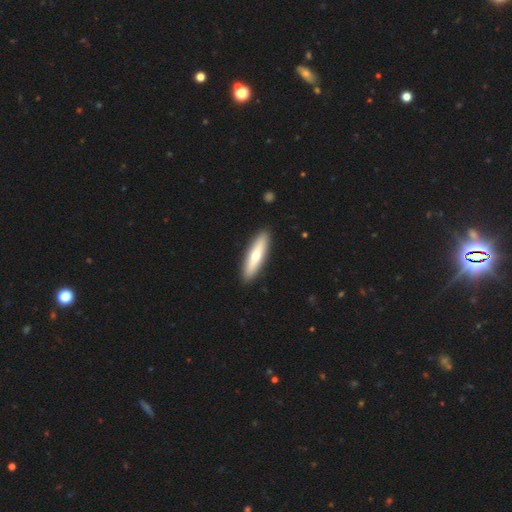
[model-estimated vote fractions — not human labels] Smooth or featured?
  - smooth: 58% *
  - featured or disk: 37%
  - star or artifact: 5%
How rounded?
  - cigar-shaped: 73% *
  - in between: 25%
  - round: 2%
Merging?
  - none: 91% *
  - minor disturbance: 6%
  - major disturbance: 2%
  - merger: 1%